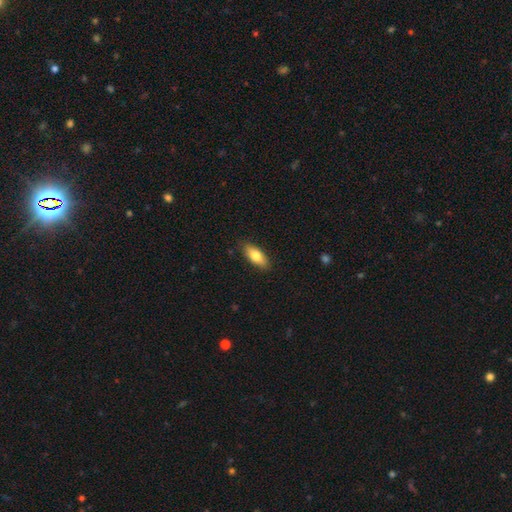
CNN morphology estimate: The model was most divided on "smooth or featured": smooth: 78%, featured or disk: 16%, star or artifact: 6%. More confident: merging — none (87%); how rounded — in between (81%).